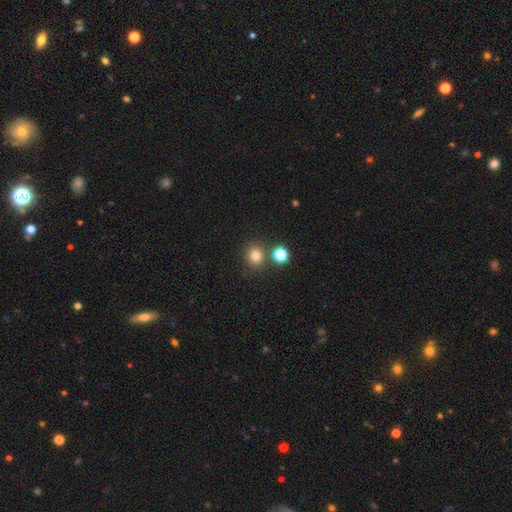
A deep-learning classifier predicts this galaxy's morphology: Smooth or featured: smooth — 78% (star or artifact — 16%)
How rounded: round — 84% (in between — 15%)
Merging: none — 78% (merger — 11%)